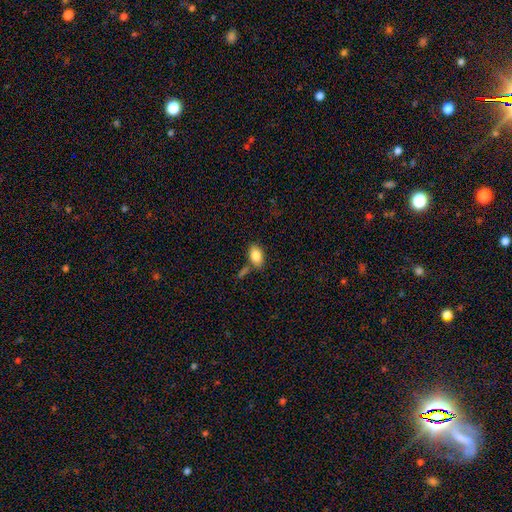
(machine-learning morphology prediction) This appears to be a smooth galaxy with no disk features (85%) that is in between round and cigar-shaped (91%). Merging: none (69%).